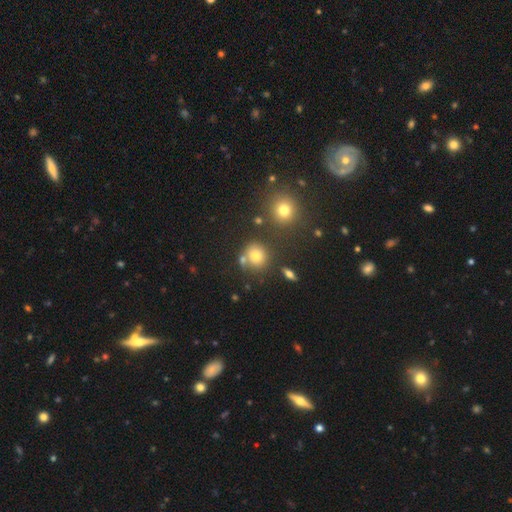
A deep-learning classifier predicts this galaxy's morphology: Smooth or featured? smooth (72%)
How rounded? round (82%)
Merging? none (70%)